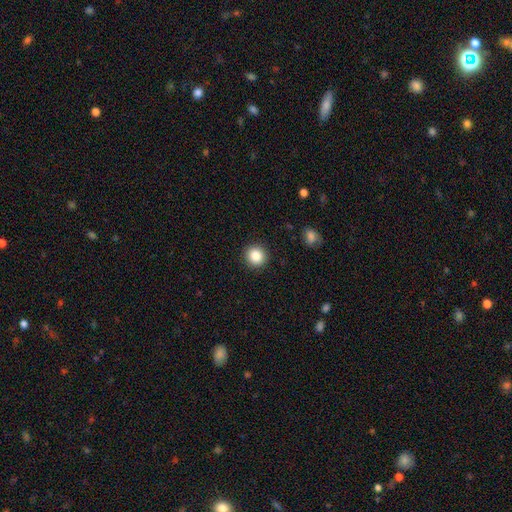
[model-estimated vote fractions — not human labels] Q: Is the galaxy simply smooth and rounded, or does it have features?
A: smooth — 86%.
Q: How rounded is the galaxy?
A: round — 91%.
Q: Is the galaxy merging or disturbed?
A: none — 92%.